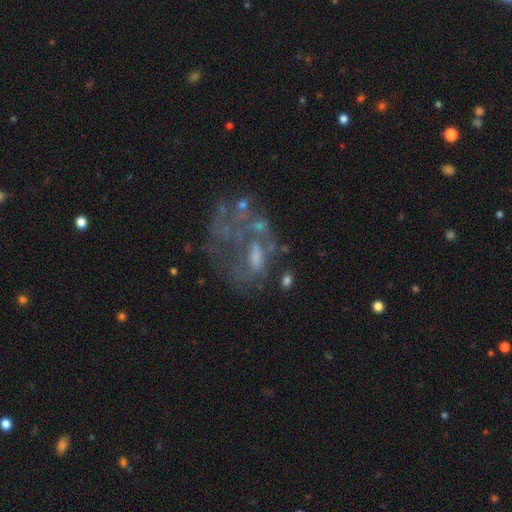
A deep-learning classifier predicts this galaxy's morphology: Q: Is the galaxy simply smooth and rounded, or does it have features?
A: featured or disk — 63%.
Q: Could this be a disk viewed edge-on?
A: no — 96%.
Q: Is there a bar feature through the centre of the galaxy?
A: no — 67%.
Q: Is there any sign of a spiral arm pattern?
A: no — 74%.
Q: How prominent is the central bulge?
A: none — 42%.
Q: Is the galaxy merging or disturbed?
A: major disturbance — 42%.